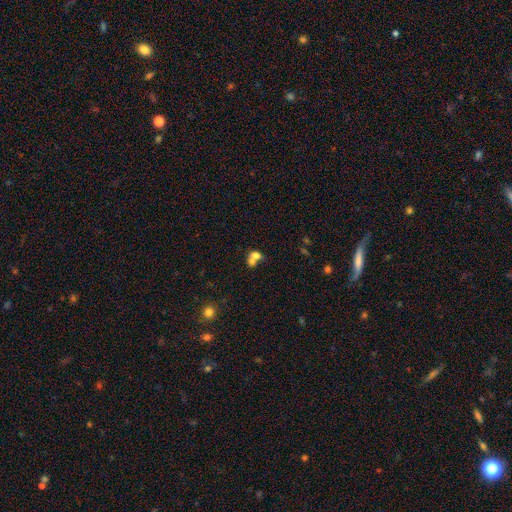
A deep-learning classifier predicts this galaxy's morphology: Smooth or featured? smooth (69%)
How rounded? round (51%)
Merging? merger (66%)